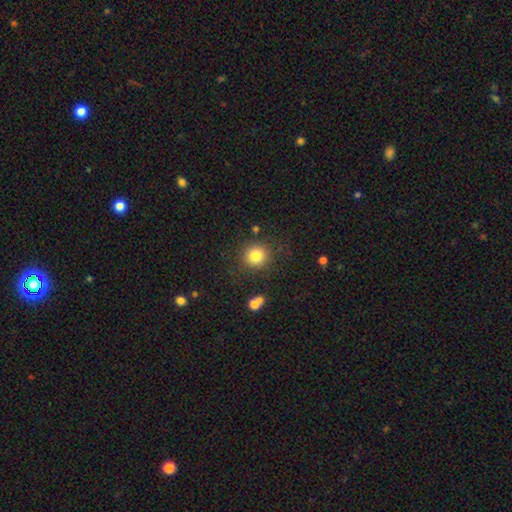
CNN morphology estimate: This appears to be a smooth galaxy with no disk features (82%) that is round (90%). Merging: none (85%).